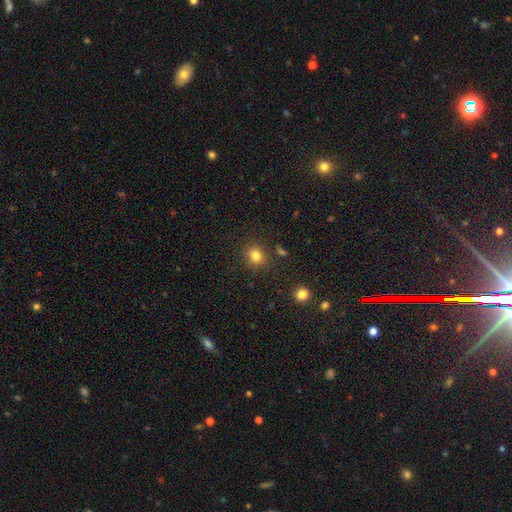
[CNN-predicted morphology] Smooth or featured? Predicted: smooth (p=0.82). How rounded? Predicted: round (p=0.75). Merging? Predicted: none (p=0.85).